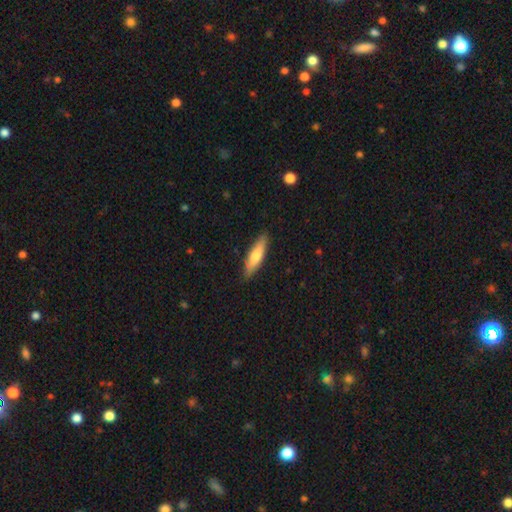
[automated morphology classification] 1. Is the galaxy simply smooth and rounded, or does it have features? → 65% smooth, 29% featured or disk, 6% star or artifact.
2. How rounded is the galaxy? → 72% cigar-shaped, 27% in between, 2% round.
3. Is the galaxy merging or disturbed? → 87% none, 10% minor disturbance, 2% major disturbance, 1% merger.